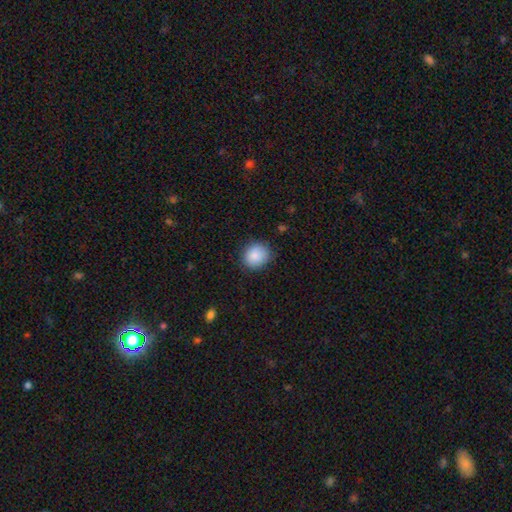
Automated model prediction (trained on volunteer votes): smooth_or_featured: smooth (p=0.88) [alt: star or artifact p=0.08]
how_rounded: round (p=0.74) [alt: in between p=0.25]
merging: none (p=0.85) [alt: minor disturbance p=0.12]